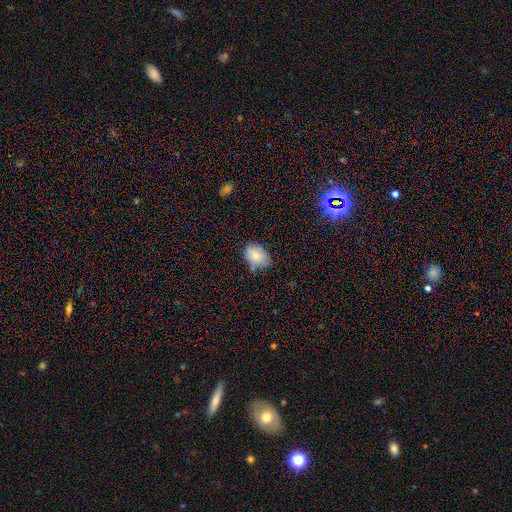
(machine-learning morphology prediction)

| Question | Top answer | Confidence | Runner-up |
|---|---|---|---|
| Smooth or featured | smooth | 80% | featured or disk (11%) |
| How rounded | in between | 77% | round (22%) |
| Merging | none | 67% | minor disturbance (25%) |